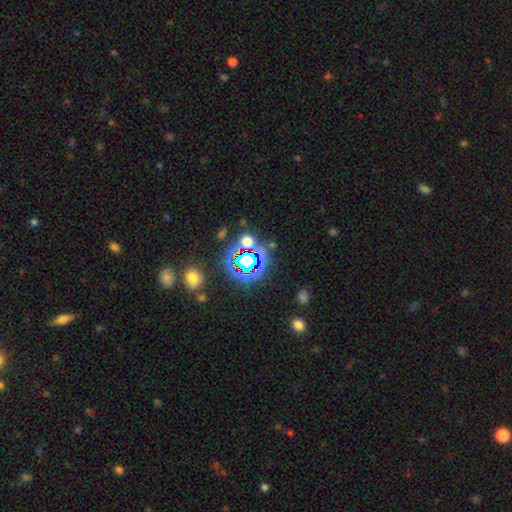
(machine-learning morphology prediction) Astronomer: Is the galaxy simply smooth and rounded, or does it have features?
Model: star or artifact — 68%.